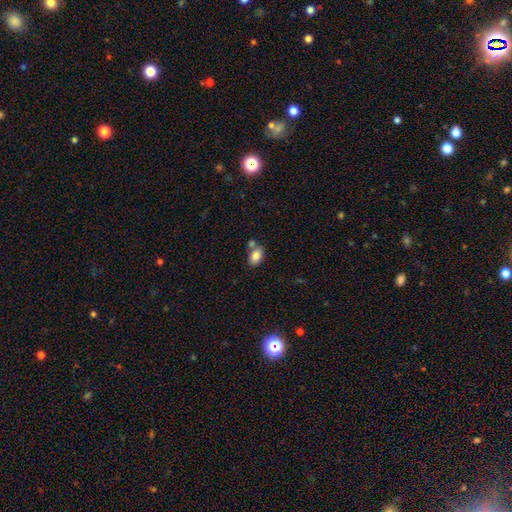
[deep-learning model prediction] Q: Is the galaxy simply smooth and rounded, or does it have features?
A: smooth — 85%.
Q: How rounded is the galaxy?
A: in between — 85%.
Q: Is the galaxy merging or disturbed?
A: none — 57%.